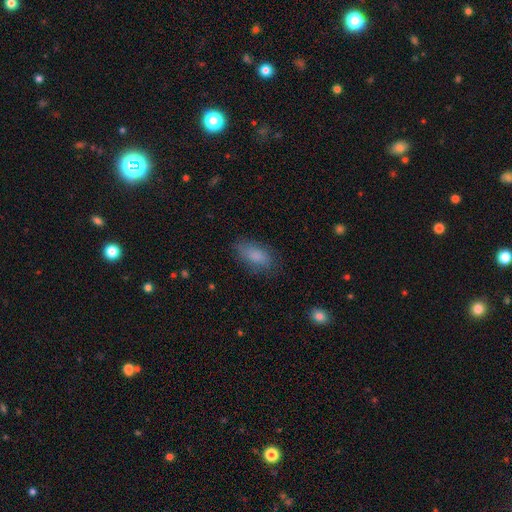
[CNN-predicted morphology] A smooth galaxy with no disk features (83%) that is in between round and cigar-shaped (87%). Merging: none (76%).